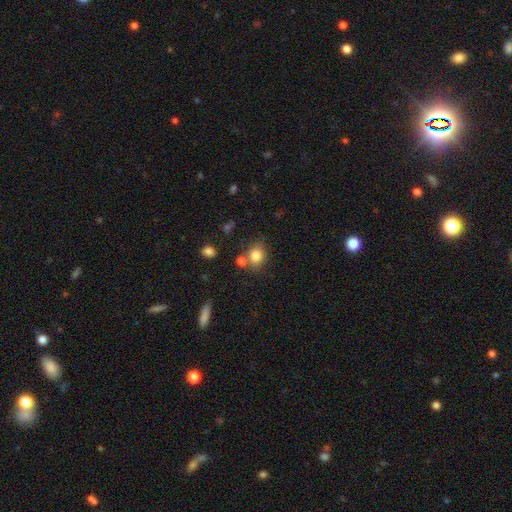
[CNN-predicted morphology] smooth 82%, star or artifact 11%, featured or disk 8%. Down the decision tree: how rounded — round (66%); merging — none (66%).